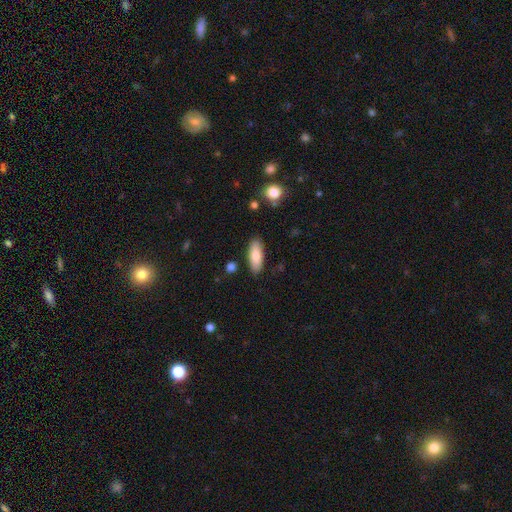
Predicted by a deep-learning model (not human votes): Overall: smooth (80%). How rounded: in between (76%). Merging: none (86%).